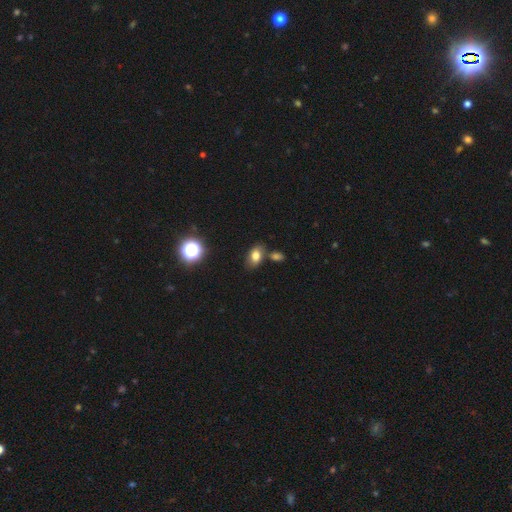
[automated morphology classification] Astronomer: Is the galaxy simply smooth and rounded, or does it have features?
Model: smooth — 77%.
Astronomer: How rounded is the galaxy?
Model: in between — 85%.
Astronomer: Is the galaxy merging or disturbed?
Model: none — 71%.